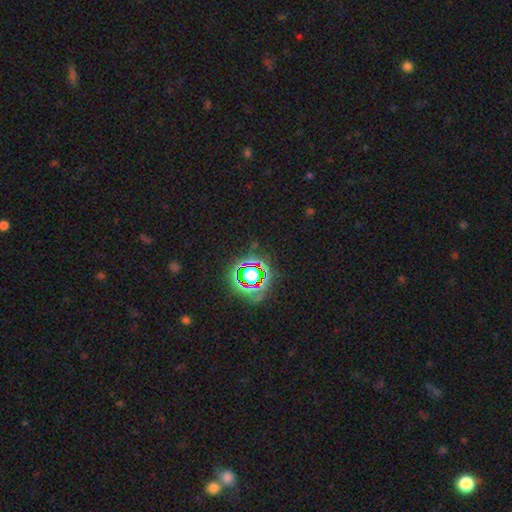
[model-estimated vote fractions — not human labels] Smooth or featured?
  - star or artifact: 77% *
  - smooth: 15%
  - featured or disk: 8%